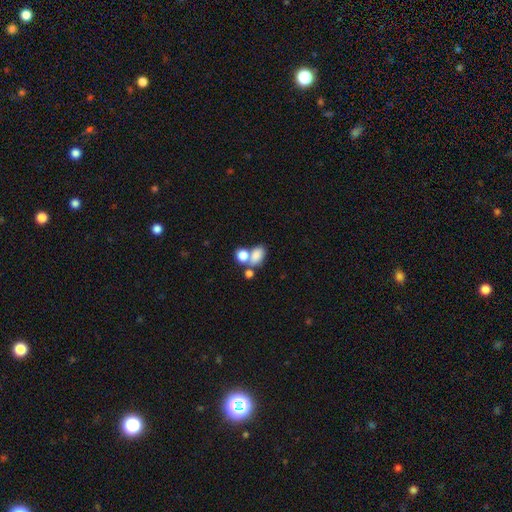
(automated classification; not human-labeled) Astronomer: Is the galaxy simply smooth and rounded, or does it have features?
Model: smooth — 78%.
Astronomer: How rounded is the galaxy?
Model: in between — 80%.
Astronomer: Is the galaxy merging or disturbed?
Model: merger — 44% (runner-up: none, 39%).